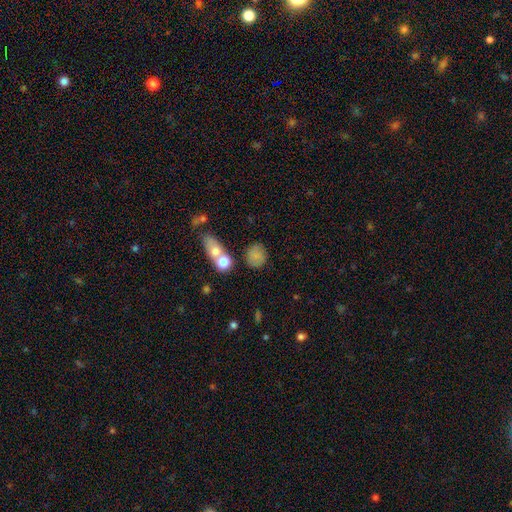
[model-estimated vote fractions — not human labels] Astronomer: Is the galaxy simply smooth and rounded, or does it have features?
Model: smooth — 79%.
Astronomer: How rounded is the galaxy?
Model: round — 77%.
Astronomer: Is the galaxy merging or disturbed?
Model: none — 66%.